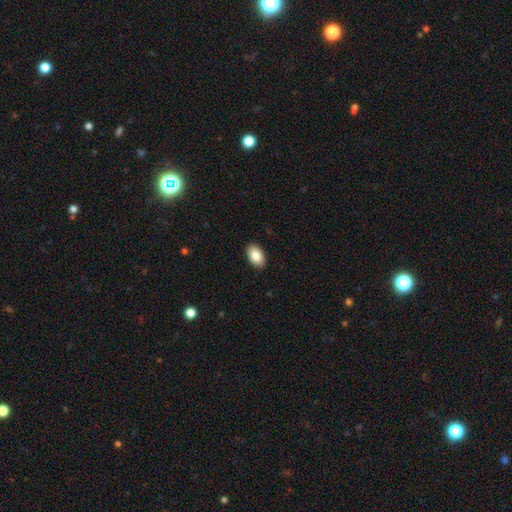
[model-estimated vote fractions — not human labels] smooth 87%, star or artifact 7%, featured or disk 7%. Down the decision tree: how rounded — in between (93%); merging — none (91%).